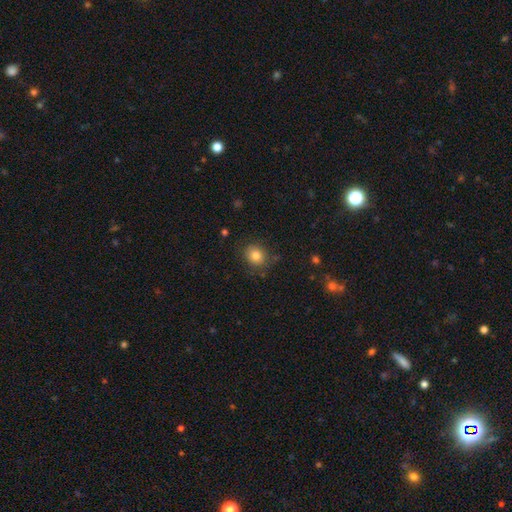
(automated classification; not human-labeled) Smooth or featured? smooth (82%)
How rounded? round (73%)
Merging? none (83%)